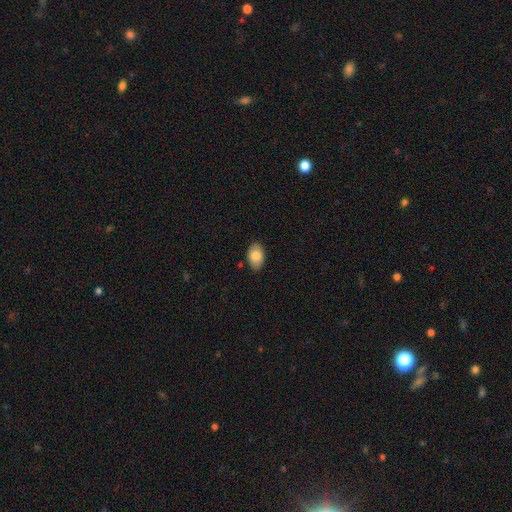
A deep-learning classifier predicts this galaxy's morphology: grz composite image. It shows a smooth galaxy with no disk features (85%) that is in between round and cigar-shaped (90%). Merging: none (84%).